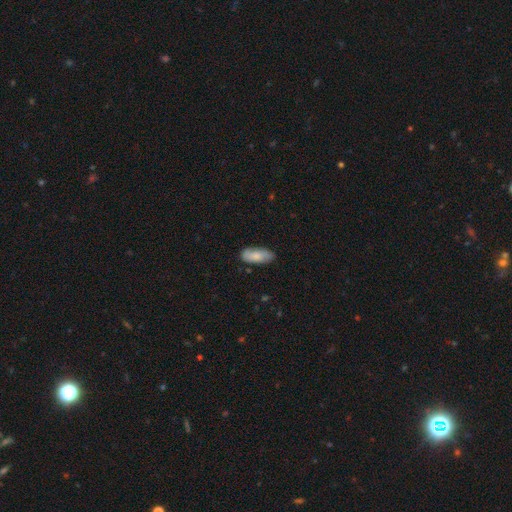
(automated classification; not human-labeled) smooth_or_featured: smooth (p=0.77) [alt: featured or disk p=0.17]
how_rounded: in between (p=0.82) [alt: cigar-shaped p=0.16]
merging: none (p=0.77) [alt: minor disturbance p=0.18]